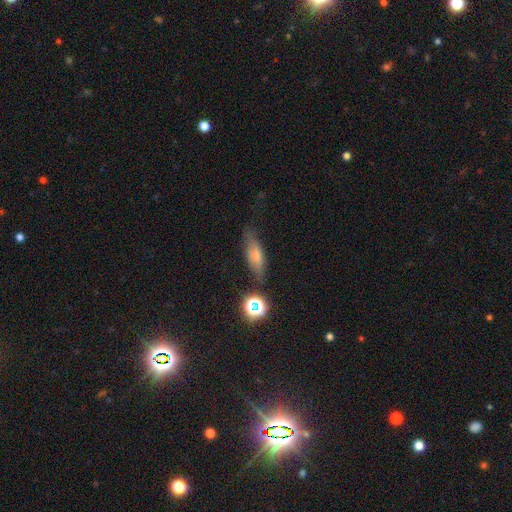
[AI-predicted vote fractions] smooth-or-featured: smooth: 61% | featured or disk: 26% | star or artifact: 13%
  how-rounded: in between: 51% | cigar-shaped: 45% | round: 5%
  merging: none: 71% | minor disturbance: 19% | major disturbance: 6% | merger: 4%